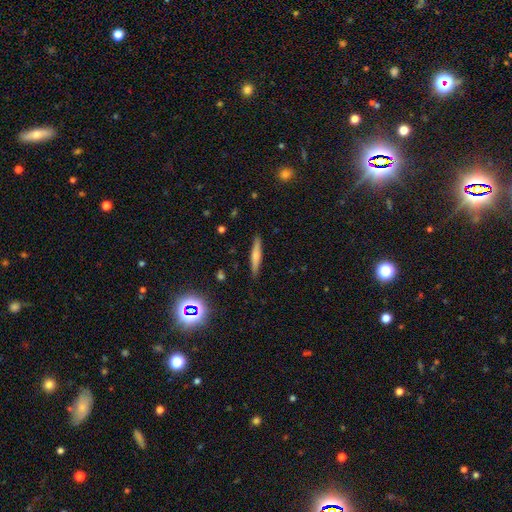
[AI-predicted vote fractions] The model was most divided on "smooth or featured": smooth: 53%, featured or disk: 39%, star or artifact: 8%. More confident: how rounded — cigar-shaped (91%); merging — none (89%).